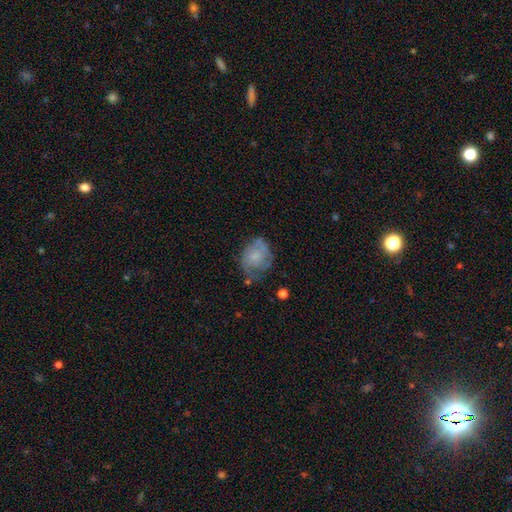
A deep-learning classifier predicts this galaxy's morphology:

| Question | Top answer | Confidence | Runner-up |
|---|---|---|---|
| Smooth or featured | smooth | 49% | featured or disk (43%) |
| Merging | none | 50% | minor disturbance (30%) |